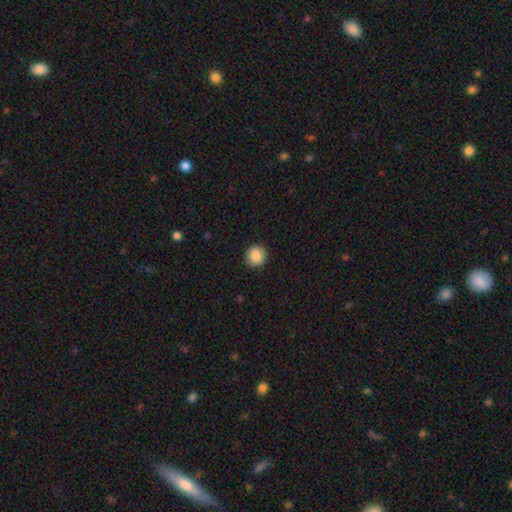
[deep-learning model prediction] A smooth galaxy with no disk features (87%) that is round (91%).

Vote fractions:
- Smooth or featured? smooth: 87% / star or artifact: 9% / featured or disk: 4%
- How rounded? round: 91% / in between: 8% / cigar-shaped: 1%
- Merging? none: 91% / minor disturbance: 6% / major disturbance: 2% / merger: 1%